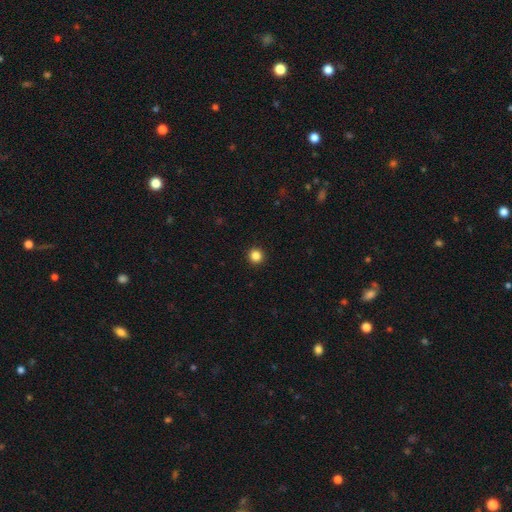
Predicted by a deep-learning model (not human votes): smooth_or_featured: smooth (p=0.85) [alt: star or artifact p=0.11]
how_rounded: round (p=0.95) [alt: in between p=0.04]
merging: none (p=0.94) [alt: minor disturbance p=0.04]